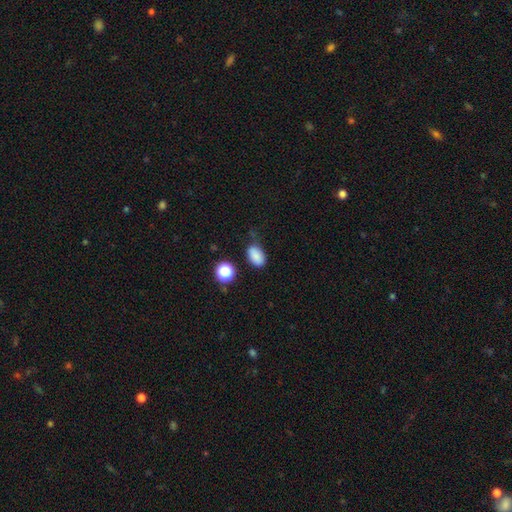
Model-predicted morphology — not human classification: Overall: smooth (84%). How rounded: in between (87%). Merging: none (68%).